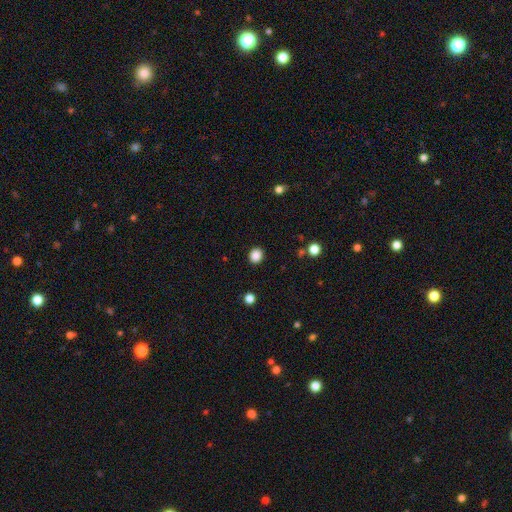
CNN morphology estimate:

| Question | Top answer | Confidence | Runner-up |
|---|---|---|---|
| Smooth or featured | smooth | 86% | star or artifact (10%) |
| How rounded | round | 75% | in between (24%) |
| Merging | none | 91% | minor disturbance (6%) |